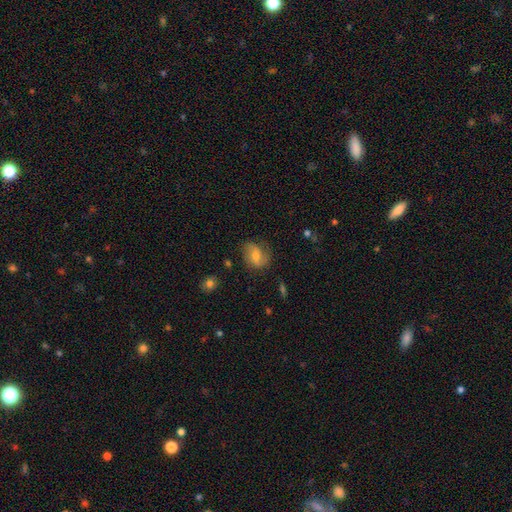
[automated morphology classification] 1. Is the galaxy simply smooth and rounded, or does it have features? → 53% featured or disk, 39% smooth, 8% star or artifact.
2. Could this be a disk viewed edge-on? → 96% no, 4% yes.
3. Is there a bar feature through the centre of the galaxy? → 42% weak, 39% no, 19% strong.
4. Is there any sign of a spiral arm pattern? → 84% yes, 16% no.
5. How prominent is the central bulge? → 55% moderate, 37% small, 4% large, 4% none, 1% dominant.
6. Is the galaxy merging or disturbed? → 70% none, 21% minor disturbance, 8% major disturbance, 2% merger.